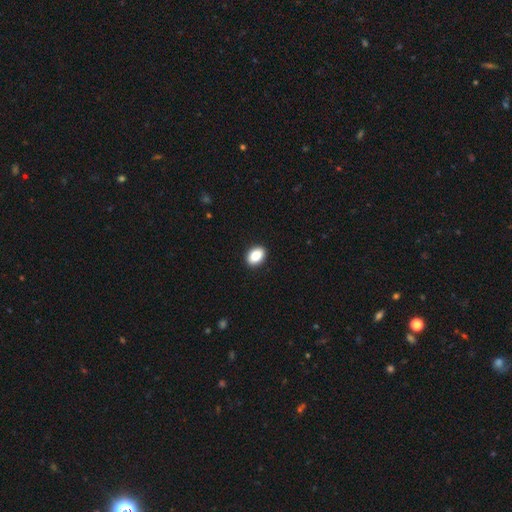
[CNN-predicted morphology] type=smooth (86%); roundness=in between (81%); merging=none (92%).